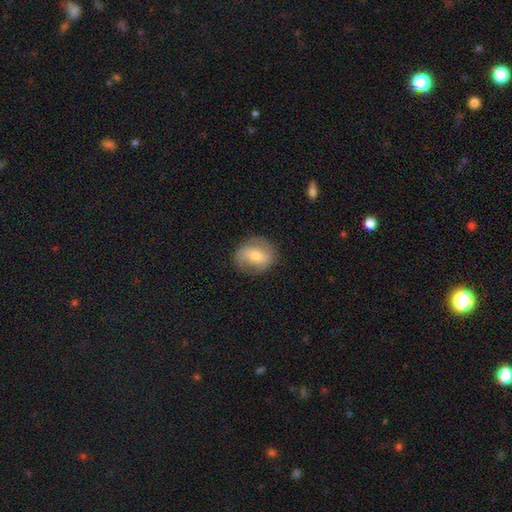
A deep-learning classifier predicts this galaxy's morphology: Overall: featured or disk (49%; smooth 43%). Merging: none (79%).